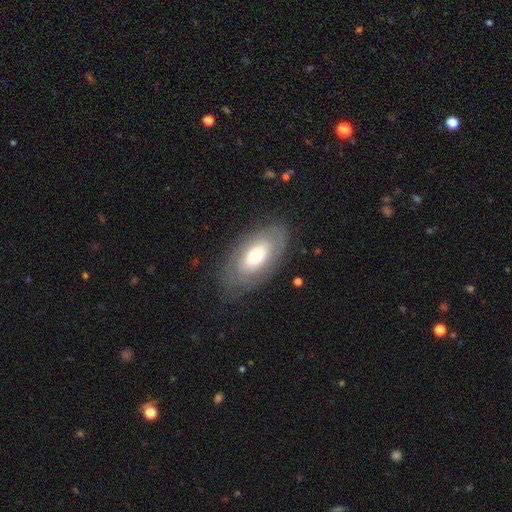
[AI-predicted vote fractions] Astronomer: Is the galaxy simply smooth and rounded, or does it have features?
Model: featured or disk — 48% (runner-up: smooth, 45%).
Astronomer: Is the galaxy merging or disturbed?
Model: none — 74%.